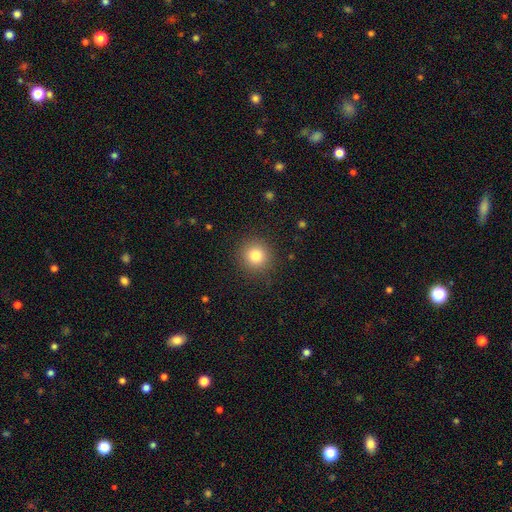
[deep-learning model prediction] This is clearly a smooth galaxy (81%). How rounded: clearly round (93%). Merging: clearly none (90%).